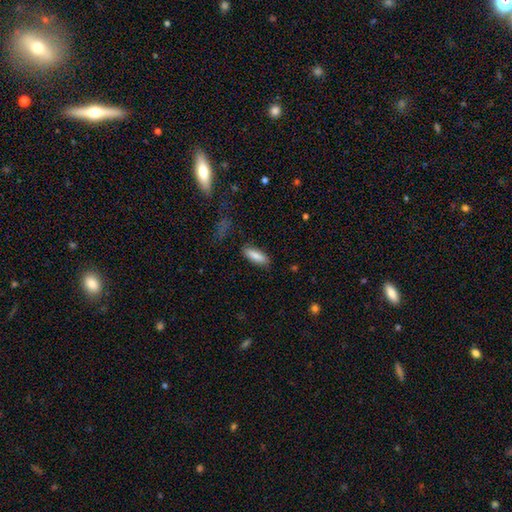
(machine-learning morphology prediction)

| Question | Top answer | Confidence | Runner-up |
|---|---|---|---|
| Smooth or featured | smooth | 85% | featured or disk (9%) |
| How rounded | in between | 59% | cigar-shaped (39%) |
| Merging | none | 84% | minor disturbance (12%) |